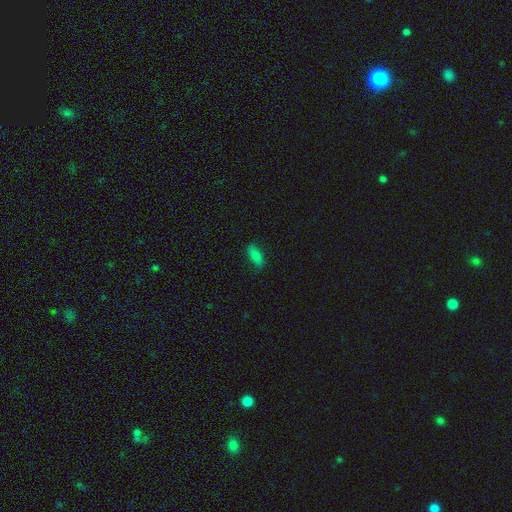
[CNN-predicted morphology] Overall: smooth (82%). How rounded: in between (73%). Merging: none (80%).